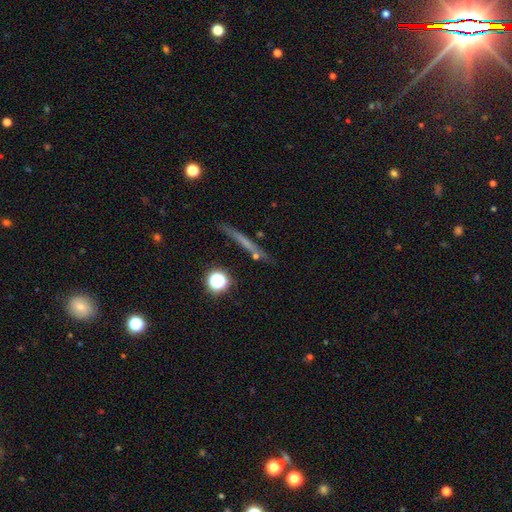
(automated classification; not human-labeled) This appears to be a featured or disk galaxy (39%). Merging: none (81%).